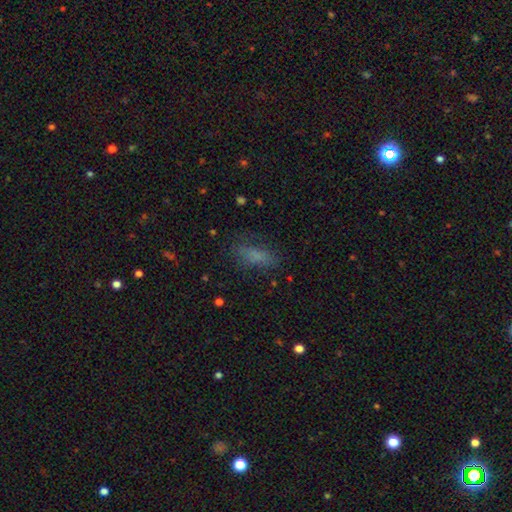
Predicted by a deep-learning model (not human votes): smooth 73%, star or artifact 14%, featured or disk 13%. Down the decision tree: how rounded — in between (72%); merging — none (68%).